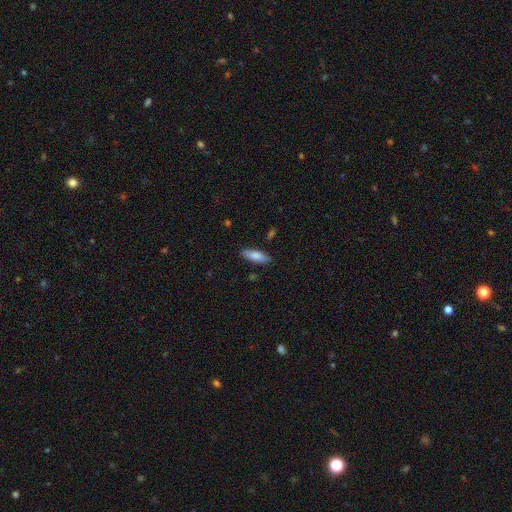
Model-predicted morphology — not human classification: Smooth or featured: smooth — 82% (featured or disk — 12%)
How rounded: in between — 70% (cigar-shaped — 28%)
Merging: none — 85% (minor disturbance — 11%)